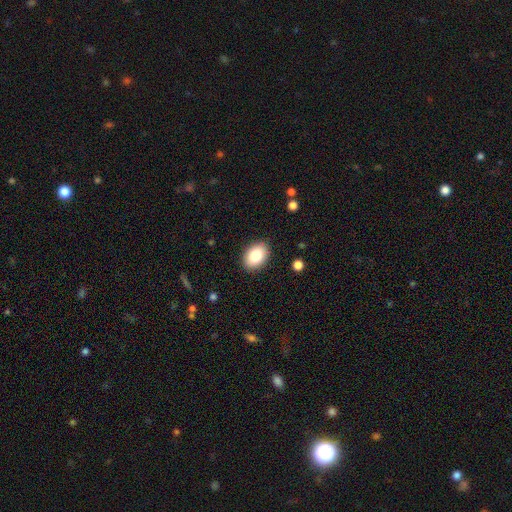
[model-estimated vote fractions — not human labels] This is clearly a smooth galaxy (84%). How rounded: clearly in between (84%). Merging: clearly none (88%).